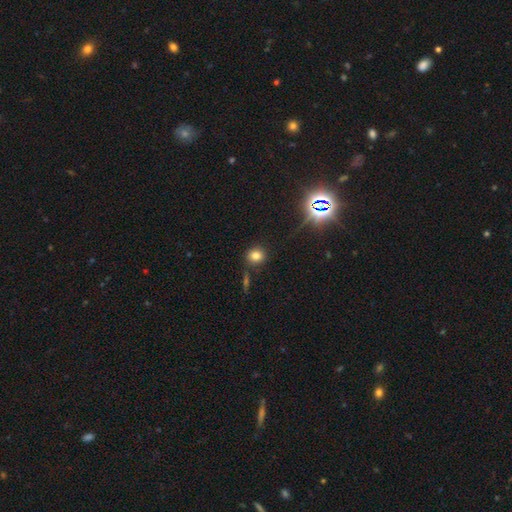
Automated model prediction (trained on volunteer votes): This appears to be a smooth galaxy with no disk features (76%) that is round (79%). Merging: none (83%).